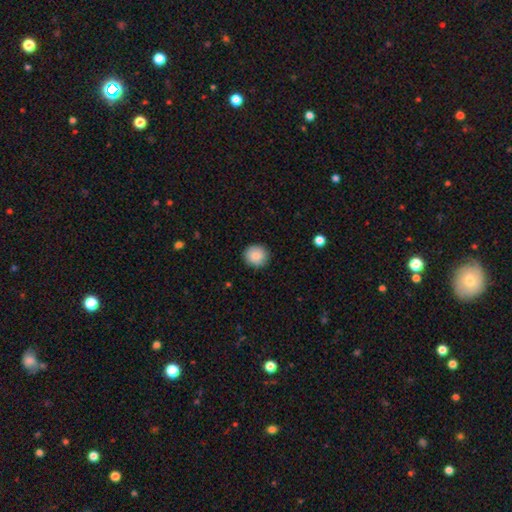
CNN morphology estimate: A smooth galaxy with no disk features (88%) that is round (90%). Merging: none (90%).